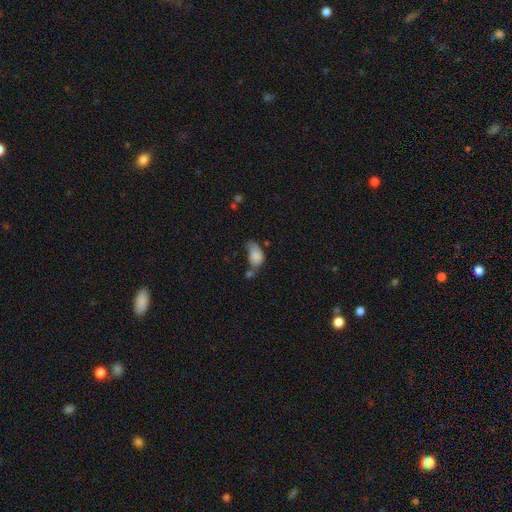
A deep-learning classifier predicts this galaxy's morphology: Smooth or featured? smooth (80%)
How rounded? in between (89%)
Merging? minor disturbance (32%)